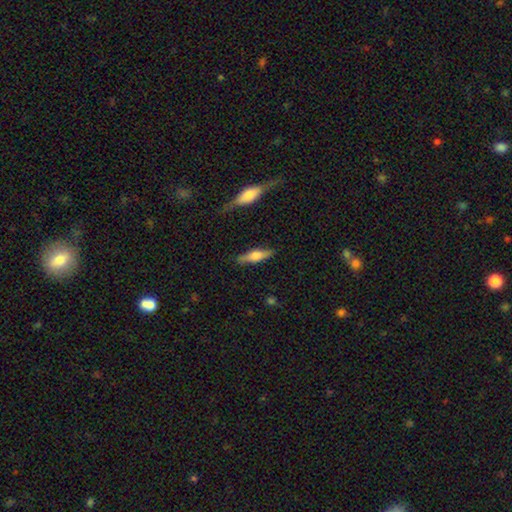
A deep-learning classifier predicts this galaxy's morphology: type=smooth (50%); roundness=cigar-shaped (64%); merging=none (83%).